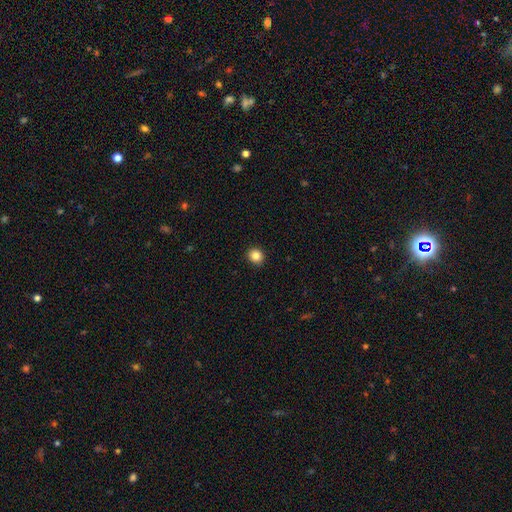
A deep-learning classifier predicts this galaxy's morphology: This appears to be a smooth galaxy with no disk features (85%) that is round (81%). Merging: none (92%).